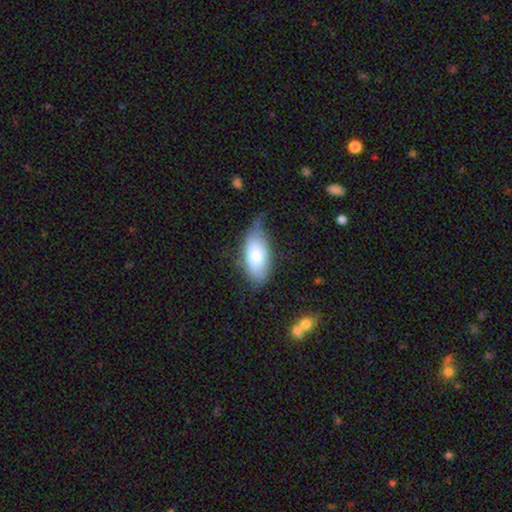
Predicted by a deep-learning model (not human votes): A smooth galaxy with no disk features (75%) that is in between round and cigar-shaped (90%).

Vote fractions:
- Smooth or featured? smooth: 75% / featured or disk: 19% / star or artifact: 6%
- How rounded? in between: 90% / cigar-shaped: 7% / round: 3%
- Merging? minor disturbance: 42% / none: 36% / major disturbance: 19% / merger: 3%